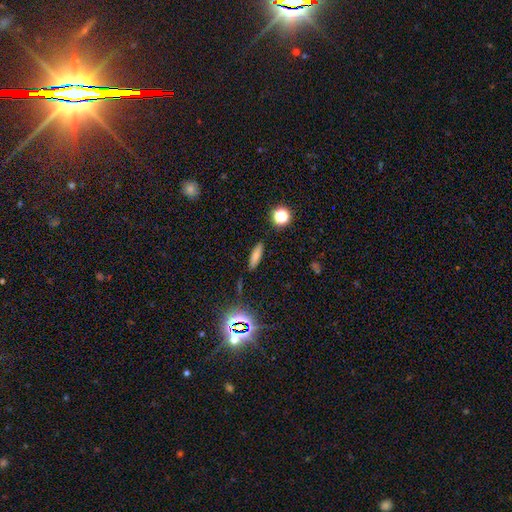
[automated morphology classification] Smooth or featured? smooth (73%)
How rounded? cigar-shaped (51%)
Merging? none (84%)